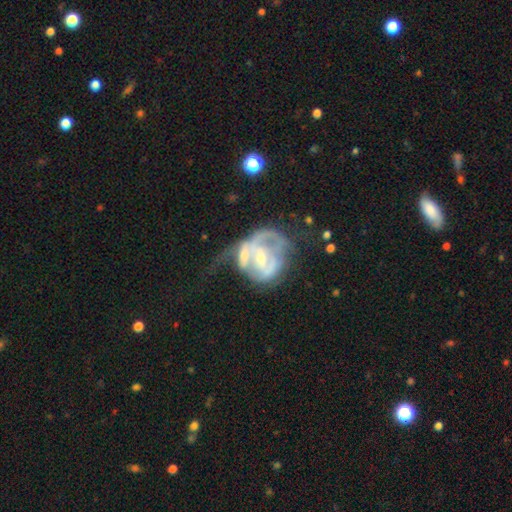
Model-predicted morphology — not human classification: Smooth or featured? Predicted: featured or disk (p=0.74). Edge-on disk? Predicted: no (p=0.96). Bar? Predicted: no (p=0.42). Spiral arms? Predicted: yes (p=0.56). Bulge size? Predicted: small (p=0.51). Merging? Predicted: major disturbance (p=0.33, tied with merger).